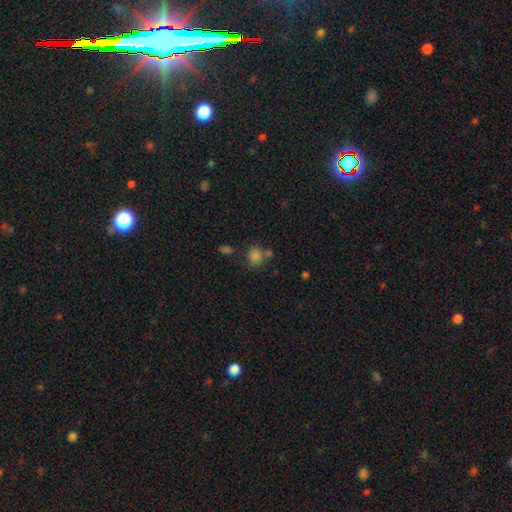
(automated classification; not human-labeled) Overall: smooth (76%). How rounded: round (76%). Merging: none (64%).